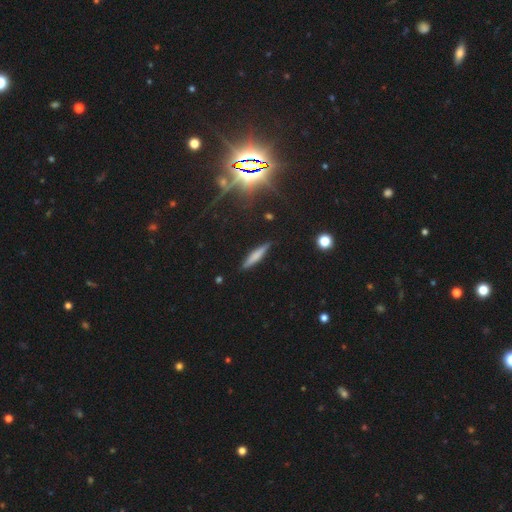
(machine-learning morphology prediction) The model was most divided on "smooth or featured": smooth: 61%, featured or disk: 31%, star or artifact: 9%. More confident: how rounded — cigar-shaped (89%); merging — none (87%).